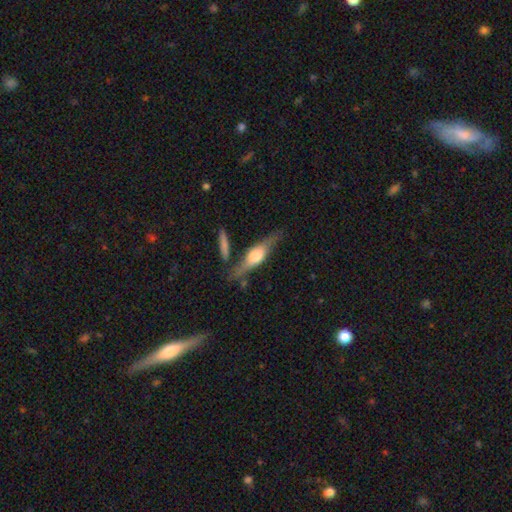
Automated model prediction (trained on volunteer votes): A featured or disk galaxy (64%) viewed edge-on (92%) with a rounded central bulge (88%).

Vote fractions:
- Smooth or featured? featured or disk: 64% / smooth: 30% / star or artifact: 5%
- Edge-on disk? yes: 92% / no: 8%
- Edge-on bulge? rounded: 88% / boxy: 9% / none: 3%
- Merging? none: 73% / minor disturbance: 16% / merger: 7% / major disturbance: 4%